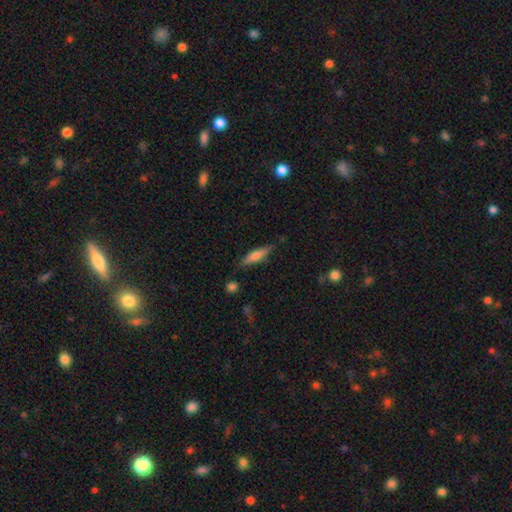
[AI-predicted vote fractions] smooth-or-featured: smooth: 58% | featured or disk: 36% | star or artifact: 7%
  how-rounded: cigar-shaped: 76% | in between: 22% | round: 2%
  merging: none: 80% | minor disturbance: 15% | major disturbance: 3% | merger: 2%